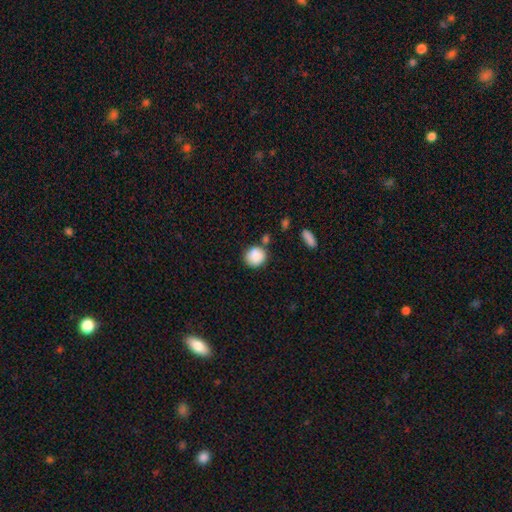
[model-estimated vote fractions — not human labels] Smooth or featured: smooth — 87% (star or artifact — 8%)
How rounded: round — 86% (in between — 13%)
Merging: none — 72% (minor disturbance — 15%)